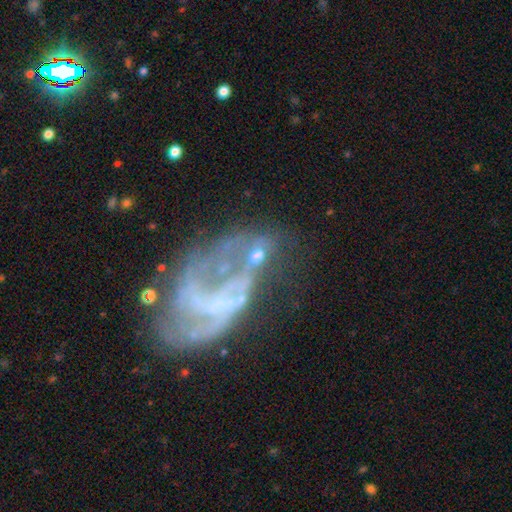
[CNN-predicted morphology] Smooth or featured: featured or disk — 46% (star or artifact — 27%)
Merging: none — 33% (merger — 27%)